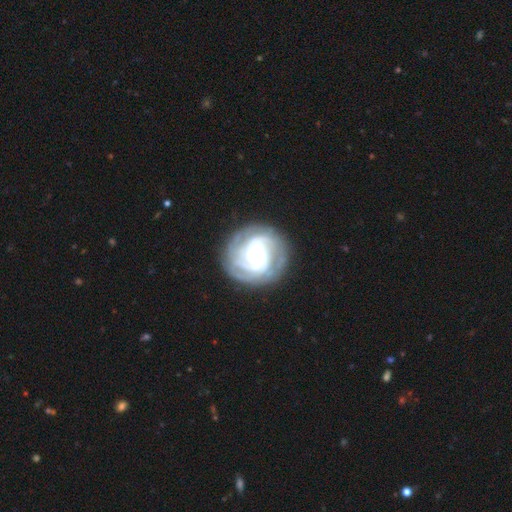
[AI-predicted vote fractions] A featured or disk galaxy (83%) with no bar (68%), tight (72%) spiral arms (95%) and a small central bulge (57%).

Vote fractions:
- Smooth or featured? featured or disk: 83% / smooth: 11% / star or artifact: 6%
- Edge-on disk? no: 98% / yes: 2%
- Bar? no: 68% / weak: 24% / strong: 8%
- Spiral arms? yes: 95% / no: 5%
- Spiral winding? tight: 72% / medium: 22% / loose: 5%
- Spiral arm count? can't tell: 28% / 2: 24% / 3: 24% / 4: 11% / more than 4: 7% / 1: 6%
- Bulge size? small: 57% / moderate: 30% / large: 8% / none: 2% / dominant: 2%
- Merging? none: 80% / minor disturbance: 12% / major disturbance: 6% / merger: 2%